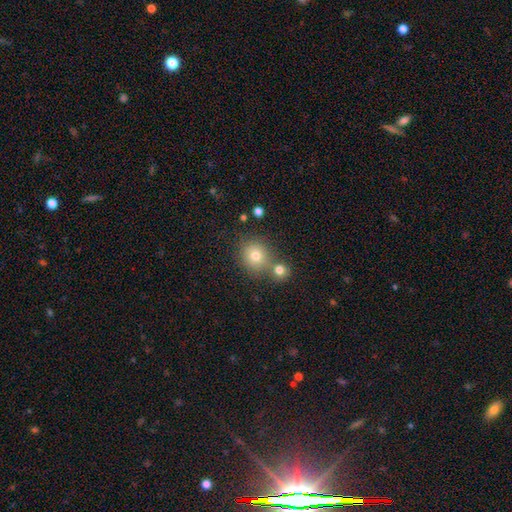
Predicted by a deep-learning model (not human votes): smooth-or-featured: smooth: 76% | star or artifact: 14% | featured or disk: 10%
  how-rounded: round: 85% | in between: 14% | cigar-shaped: 1%
  merging: none: 60% | merger: 28% | minor disturbance: 9% | major disturbance: 3%